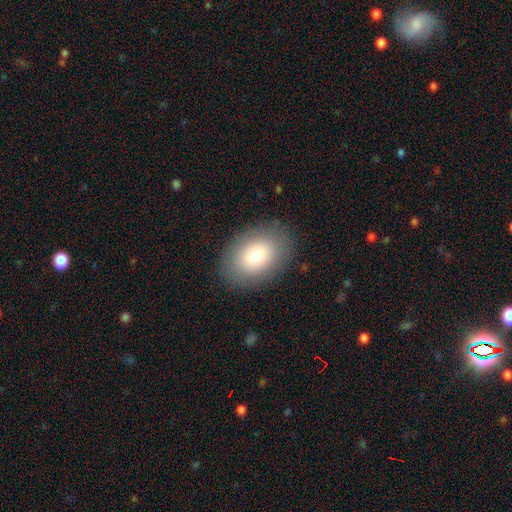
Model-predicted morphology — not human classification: smooth-or-featured: smooth: 76% | featured or disk: 15% | star or artifact: 9%
  how-rounded: in between: 79% | round: 20% | cigar-shaped: 1%
  merging: none: 87% | minor disturbance: 9% | major disturbance: 3% | merger: 1%